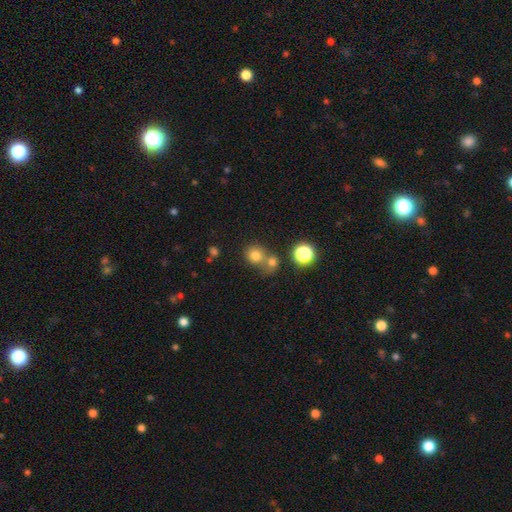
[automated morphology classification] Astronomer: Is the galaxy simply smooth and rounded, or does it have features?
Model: smooth — 75%.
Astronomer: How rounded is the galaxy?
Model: round — 80%.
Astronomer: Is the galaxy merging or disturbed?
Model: none — 47% (runner-up: merger, 41%).